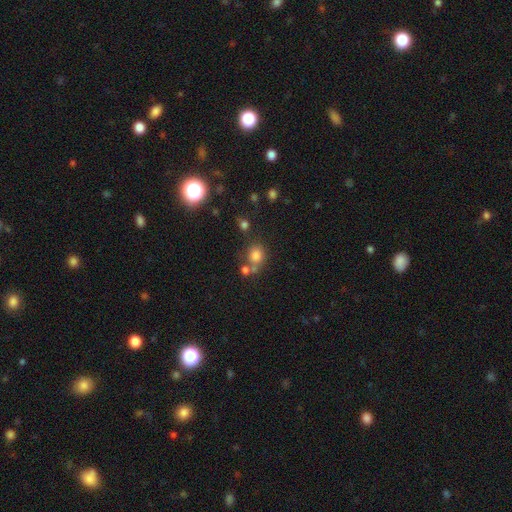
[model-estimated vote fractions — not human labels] A smooth galaxy with no disk features (77%) that is round (73%).

Vote fractions:
- Smooth or featured? smooth: 77% / star or artifact: 15% / featured or disk: 8%
- How rounded? round: 73% / in between: 26% / cigar-shaped: 1%
- Merging? none: 59% / merger: 23% / minor disturbance: 12% / major disturbance: 6%